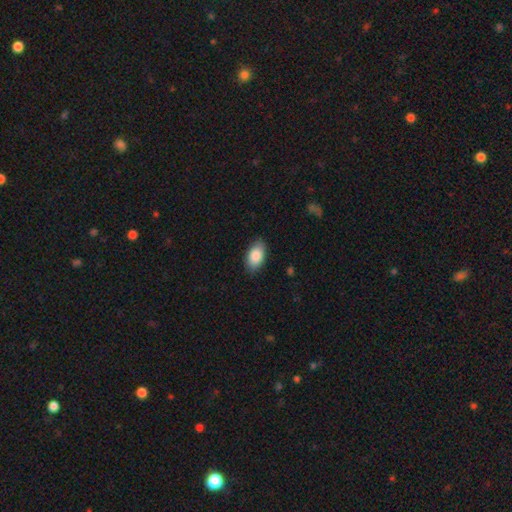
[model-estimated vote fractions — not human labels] smooth_or_featured: smooth (p=0.87) [alt: featured or disk p=0.07]
how_rounded: in between (p=0.93) [alt: round p=0.05]
merging: none (p=0.86) [alt: minor disturbance p=0.11]